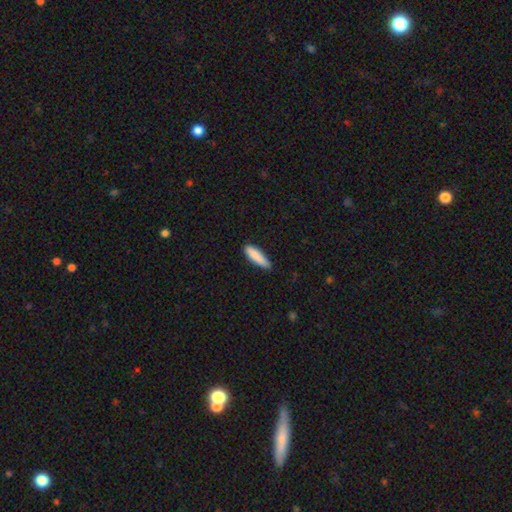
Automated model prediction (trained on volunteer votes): smooth 86%, featured or disk 8%, star or artifact 6%. Down the decision tree: how rounded — cigar-shaped (64%); merging — none (71%).